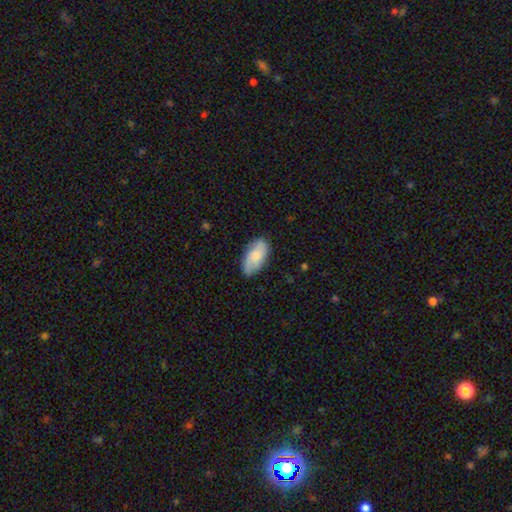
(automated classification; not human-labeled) A smooth galaxy with no disk features (60%) that is in between round and cigar-shaped (93%).

Vote fractions:
- Smooth or featured? smooth: 60% / featured or disk: 33% / star or artifact: 7%
- How rounded? in between: 93% / cigar-shaped: 4% / round: 3%
- Merging? none: 77% / minor disturbance: 17% / major disturbance: 4% / merger: 1%